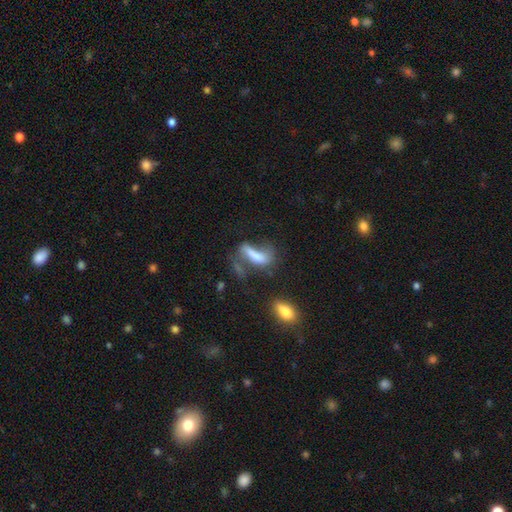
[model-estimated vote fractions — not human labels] This is possibly a smooth galaxy (57%). How rounded: possibly in between (54%). Merging: marginally major disturbance (37%).